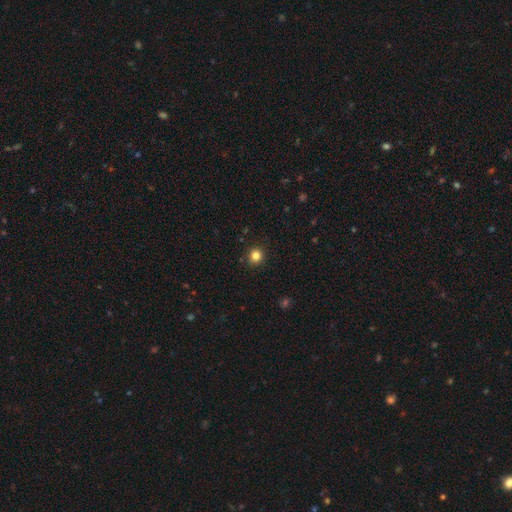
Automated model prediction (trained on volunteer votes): Smooth or featured?
  - smooth: 84% *
  - star or artifact: 12%
  - featured or disk: 4%
How rounded?
  - round: 90% *
  - in between: 9%
  - cigar-shaped: 1%
Merging?
  - none: 91% *
  - minor disturbance: 6%
  - major disturbance: 2%
  - merger: 1%